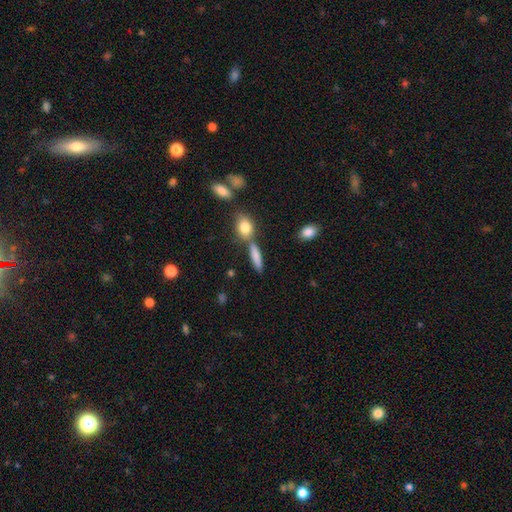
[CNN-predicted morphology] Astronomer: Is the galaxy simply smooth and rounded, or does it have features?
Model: smooth — 81%.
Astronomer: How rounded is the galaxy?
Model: cigar-shaped — 62%.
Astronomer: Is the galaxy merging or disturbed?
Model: none — 66%.